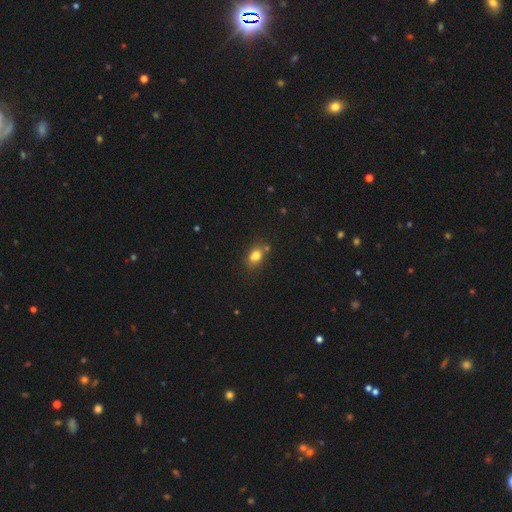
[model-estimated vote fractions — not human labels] Overall: smooth (80%). How rounded: in between (71%). Merging: none (66%).